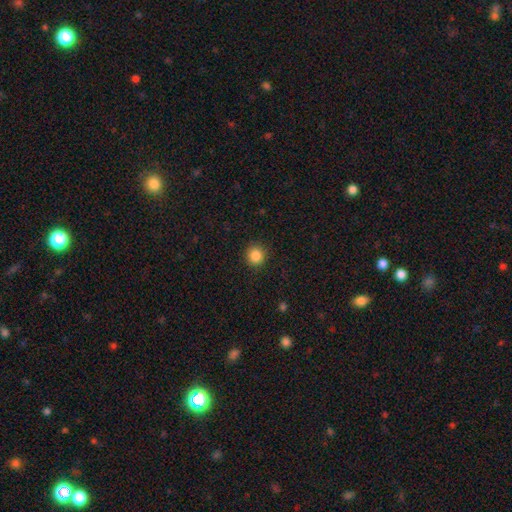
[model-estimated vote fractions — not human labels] smooth 86%, star or artifact 10%, featured or disk 4%. Down the decision tree: how rounded — round (92%); merging — none (91%).